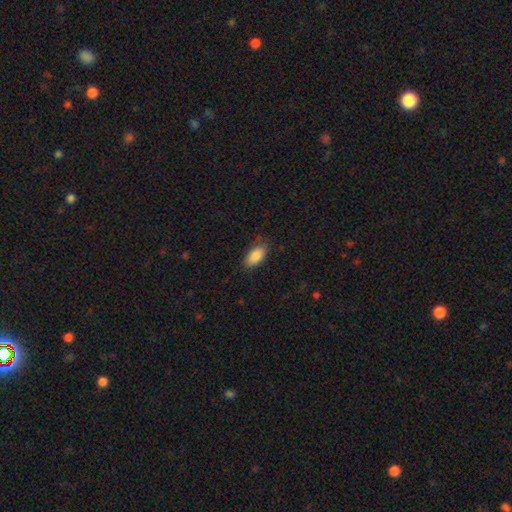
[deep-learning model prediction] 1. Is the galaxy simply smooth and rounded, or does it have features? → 87% smooth, 7% star or artifact, 6% featured or disk.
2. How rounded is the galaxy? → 92% in between, 6% cigar-shaped, 3% round.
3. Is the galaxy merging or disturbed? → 78% none, 17% minor disturbance, 4% major disturbance, 1% merger.